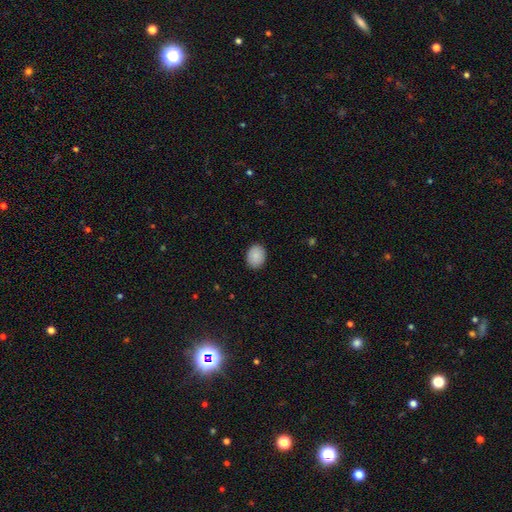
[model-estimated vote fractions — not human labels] Smooth or featured? Predicted: smooth (p=0.88). How rounded? Predicted: in between (p=0.55). Merging? Predicted: none (p=0.89).